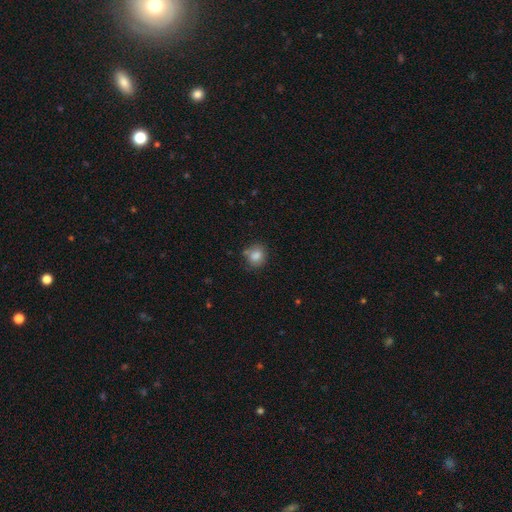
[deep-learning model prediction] This appears to be a smooth galaxy with no disk features (83%) that is round (73%). Merging: none (70%).